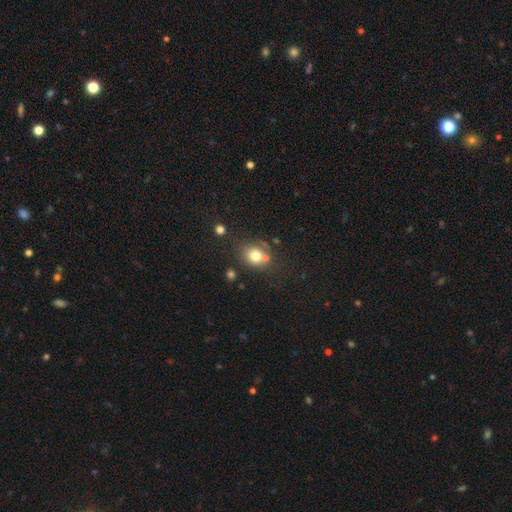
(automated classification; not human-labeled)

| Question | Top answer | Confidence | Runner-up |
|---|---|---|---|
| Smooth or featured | smooth | 75% | featured or disk (13%) |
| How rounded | round | 67% | in between (32%) |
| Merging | none | 57% | merger (21%) |